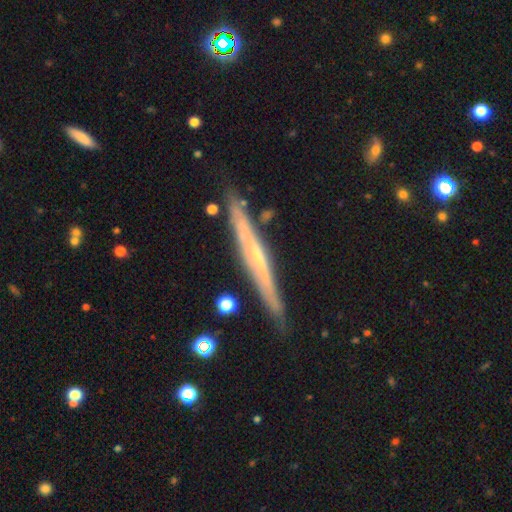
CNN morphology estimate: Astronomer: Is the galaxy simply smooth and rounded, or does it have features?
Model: featured or disk — 72%.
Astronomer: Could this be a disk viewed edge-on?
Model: yes — 96%.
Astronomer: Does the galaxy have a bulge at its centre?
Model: none — 55% (runner-up: rounded, 40%).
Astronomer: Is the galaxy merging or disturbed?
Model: none — 85%.